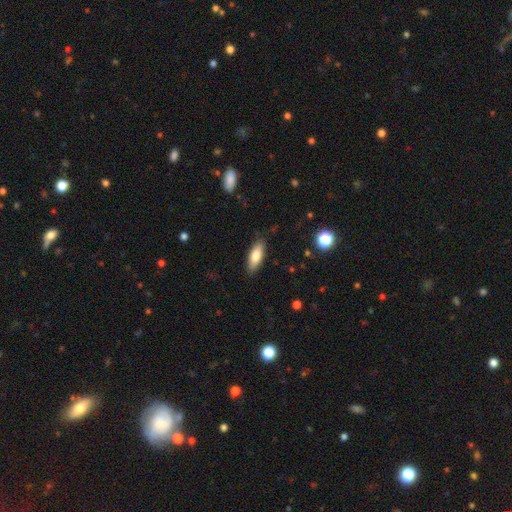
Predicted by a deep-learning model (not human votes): Smooth or featured? smooth (78%)
How rounded? in between (65%)
Merging? none (85%)